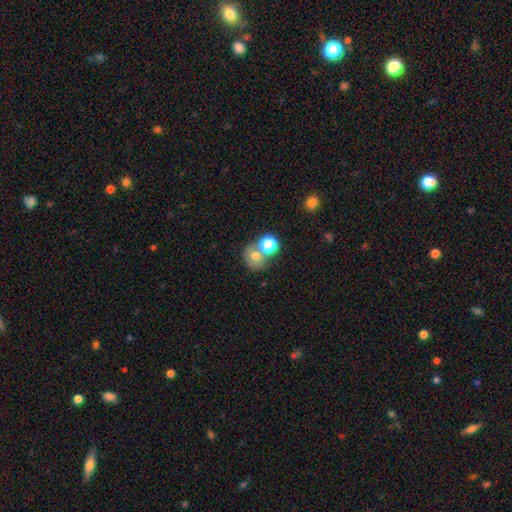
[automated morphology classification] Smooth or featured?
  - smooth: 70% *
  - featured or disk: 16%
  - star or artifact: 14%
How rounded?
  - round: 74% *
  - in between: 25%
  - cigar-shaped: 1%
Merging?
  - none: 45% *
  - merger: 42%
  - minor disturbance: 9%
  - major disturbance: 5%